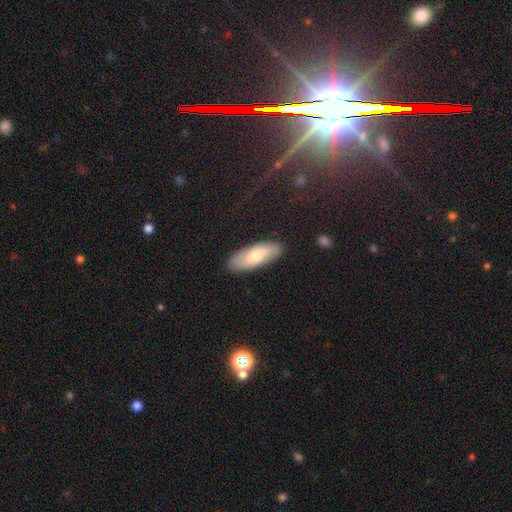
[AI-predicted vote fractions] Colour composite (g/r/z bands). It shows a smooth galaxy with no disk features (66%) that is in between round and cigar-shaped (72%). Merging: none (88%).